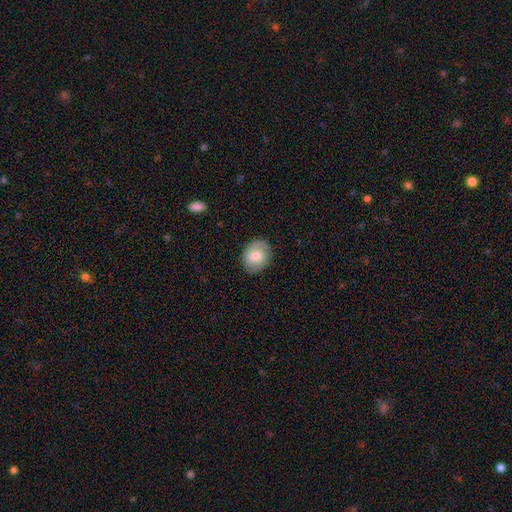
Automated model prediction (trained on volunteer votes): Smooth or featured? smooth (63%)
How rounded? round (57%)
Merging? none (83%)